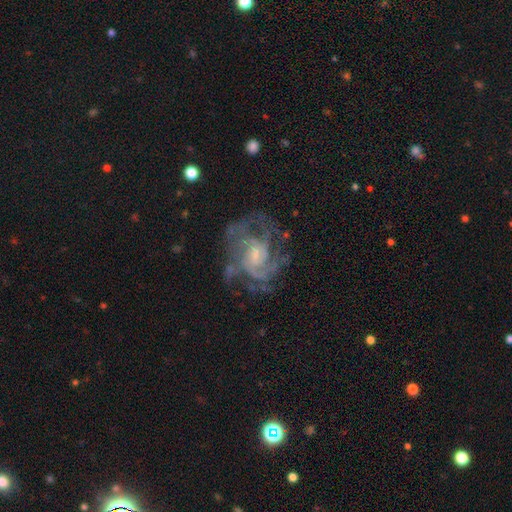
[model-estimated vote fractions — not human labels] This appears to be a featured or disk galaxy (85%) with no bar (57%), medium (44%) spiral arms (91%) and a small central bulge (60%). Merging: none (58%).